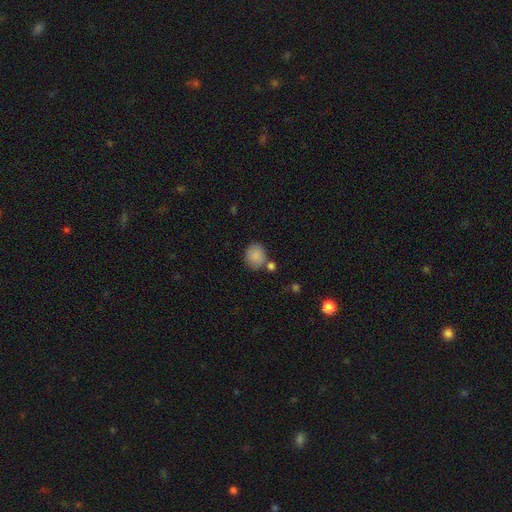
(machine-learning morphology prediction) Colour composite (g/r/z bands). It shows a smooth galaxy with no disk features (87%) that is round (69%). Merging: none (69%).